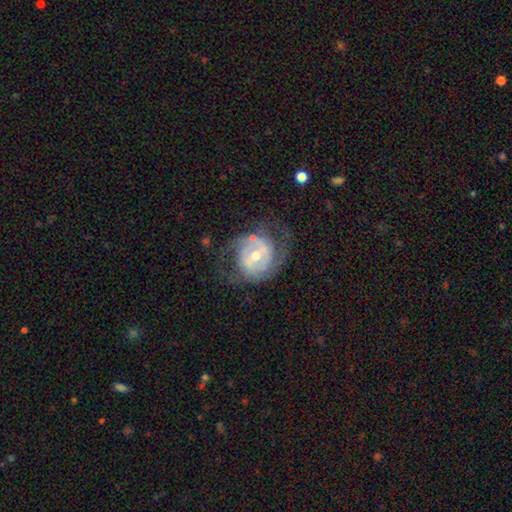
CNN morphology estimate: smooth_or_featured: featured or disk (p=0.80) [alt: smooth p=0.15]
disk_edge_on: no (p=0.97) [alt: yes p=0.03]
bar: weak (p=0.44) [alt: no p=0.32]
has_spiral_arms: yes (p=0.81) [alt: no p=0.19]
spiral_winding: tight (p=0.41) [alt: medium p=0.40]
spiral_arm_count: 2 (p=0.64) [alt: can't tell p=0.21]
bulge_size: moderate (p=0.59) [alt: small p=0.36]
merging: none (p=0.60) [alt: minor disturbance p=0.19]